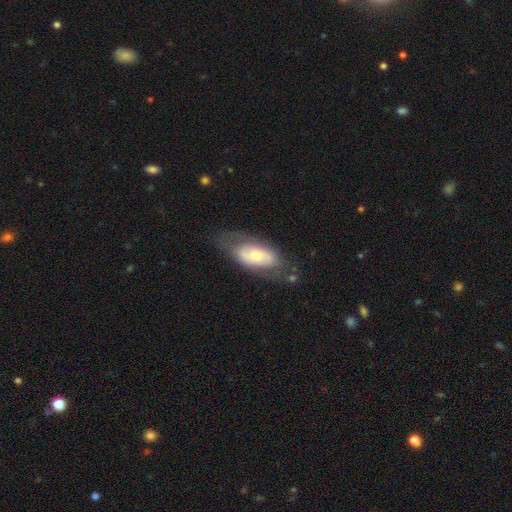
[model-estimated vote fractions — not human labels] The model was most divided on "smooth or featured" (2-way tie): smooth: 47%, featured or disk: 47%, star or artifact: 6%. More confident: merging — none (63%).